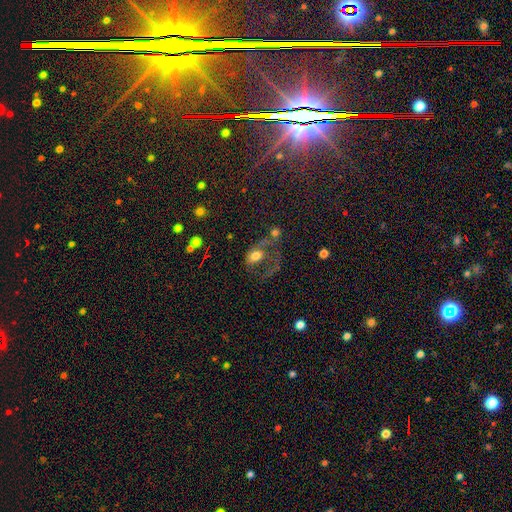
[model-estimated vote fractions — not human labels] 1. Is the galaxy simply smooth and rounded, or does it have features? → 53% smooth, 35% featured or disk, 12% star or artifact.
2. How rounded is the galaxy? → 73% in between, 25% round, 2% cigar-shaped.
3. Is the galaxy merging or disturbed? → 45% major disturbance, 23% none, 16% merger, 16% minor disturbance.